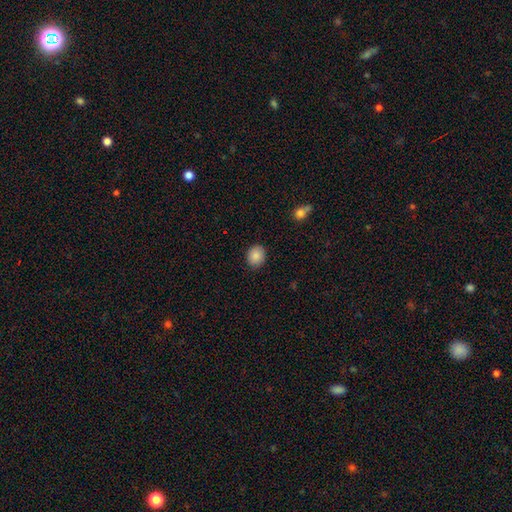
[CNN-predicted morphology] A smooth galaxy with no disk features (87%) that is round (60%).

Vote fractions:
- Smooth or featured? smooth: 87% / star or artifact: 8% / featured or disk: 5%
- How rounded? round: 60% / in between: 39% / cigar-shaped: 1%
- Merging? none: 87% / minor disturbance: 10% / major disturbance: 2% / merger: 1%